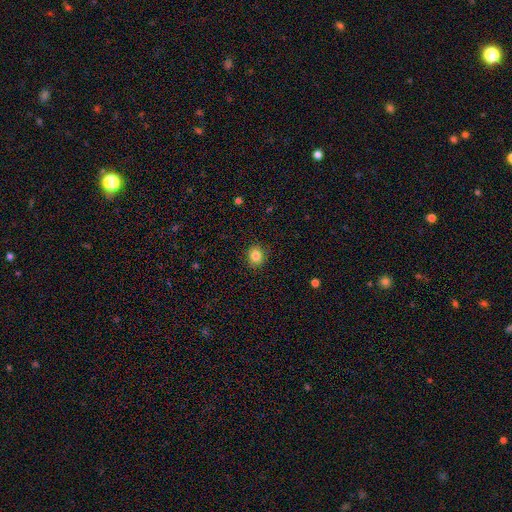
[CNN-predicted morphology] This appears to be a smooth galaxy with no disk features (84%) that is round (72%). Merging: none (89%).